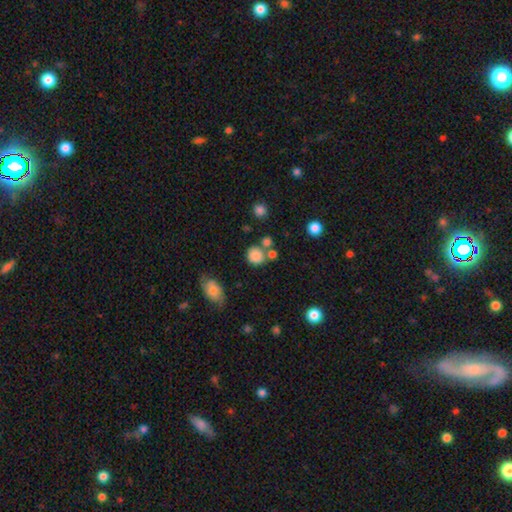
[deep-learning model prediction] A smooth galaxy with no disk features (81%) that is round (84%).

Vote fractions:
- Smooth or featured? smooth: 81% / star or artifact: 11% / featured or disk: 7%
- How rounded? round: 84% / in between: 15% / cigar-shaped: 1%
- Merging? none: 60% / merger: 23% / minor disturbance: 12% / major disturbance: 5%